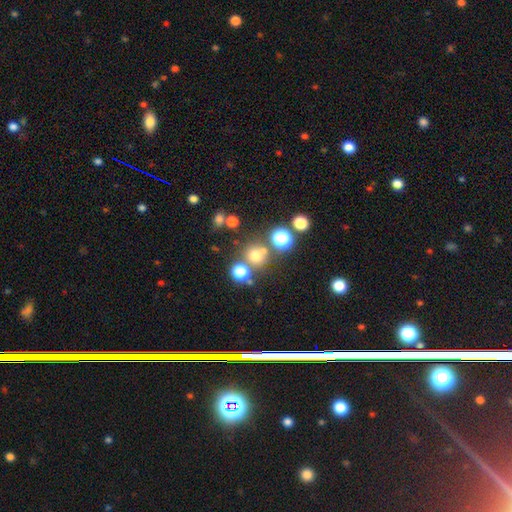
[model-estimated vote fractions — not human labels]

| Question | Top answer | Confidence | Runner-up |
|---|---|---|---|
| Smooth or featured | smooth | 65% | star or artifact (25%) |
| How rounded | round | 89% | in between (10%) |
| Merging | none | 68% | merger (19%) |